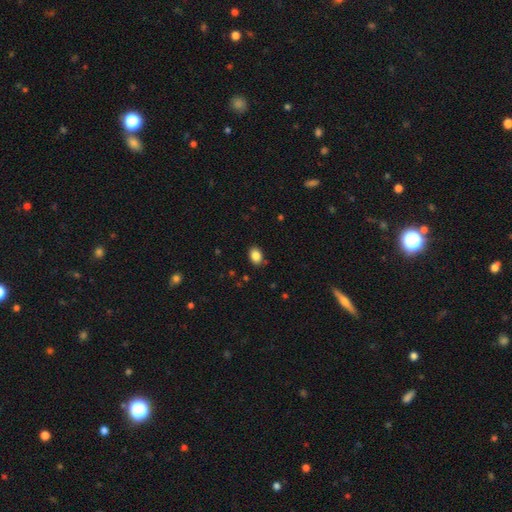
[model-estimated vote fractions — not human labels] Smooth or featured? smooth (86%)
How rounded? in between (77%)
Merging? none (86%)